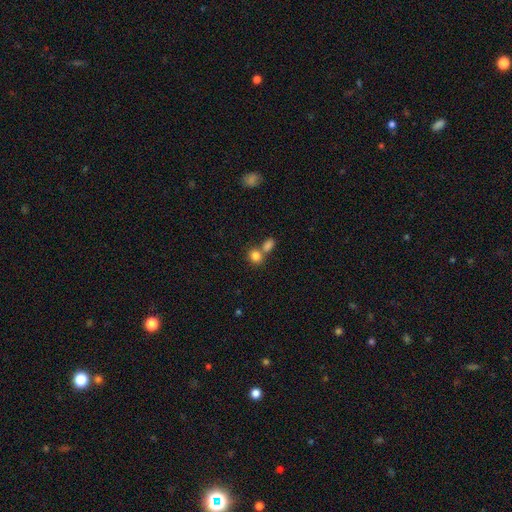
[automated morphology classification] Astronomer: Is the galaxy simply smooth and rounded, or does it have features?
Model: smooth — 83%.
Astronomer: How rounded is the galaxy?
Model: round — 64%.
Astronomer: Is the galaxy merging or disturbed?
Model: none — 47% (runner-up: merger, 43%).